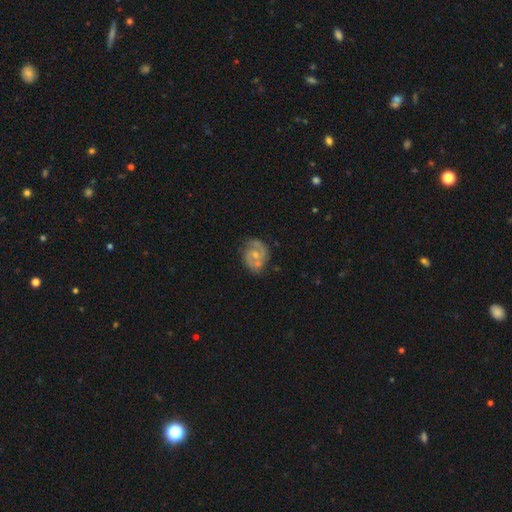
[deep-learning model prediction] Smooth or featured?
  - featured or disk: 76% *
  - smooth: 18%
  - star or artifact: 6%
Edge-on disk?
  - no: 98% *
  - yes: 2%
Bar?
  - no: 56% *
  - weak: 37%
  - strong: 6%
Spiral arms?
  - yes: 87% *
  - no: 13%
Spiral winding?
  - medium: 49% *
  - tight: 33%
  - loose: 18%
Spiral arm count?
  - 2: 82% *
  - can't tell: 9%
  - 1: 5%
  - 3: 2%
  - 4: 1%
  - more than 4: 1%
Bulge size?
  - moderate: 50% *
  - small: 44%
  - none: 4%
  - large: 2%
  - dominant: 1%
Merging?
  - none: 65% *
  - minor disturbance: 20%
  - merger: 8%
  - major disturbance: 7%